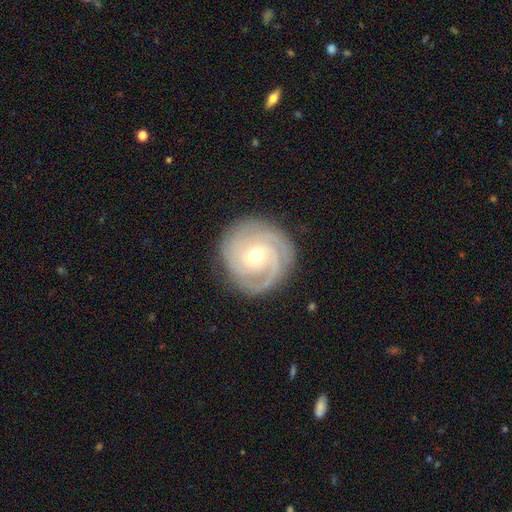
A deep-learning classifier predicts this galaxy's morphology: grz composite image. It shows a featured or disk galaxy (87%) with no bar (58%), 3 (43%) tight (73%) spiral arms (97%) and a moderate central bulge (57%). Merging: none (84%).